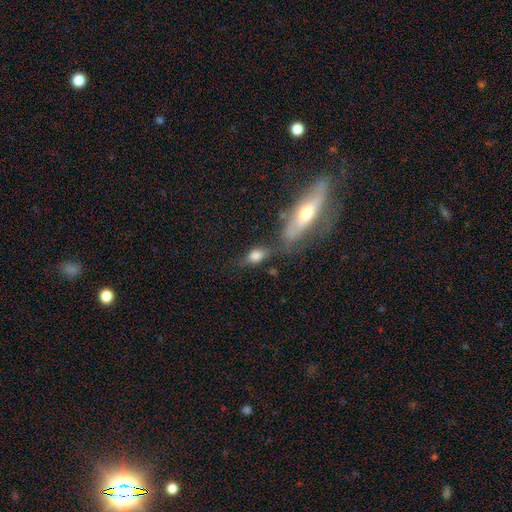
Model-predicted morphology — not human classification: Smooth or featured: smooth — 67% (featured or disk — 22%)
How rounded: in between — 74% (cigar-shaped — 14%)
Merging: none — 45% (merger — 24%)